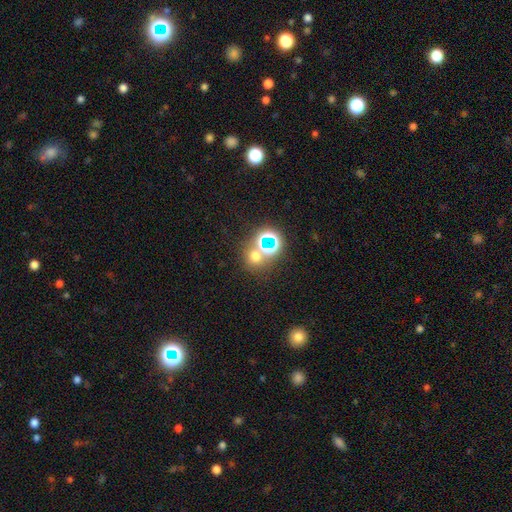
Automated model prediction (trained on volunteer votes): smooth_or_featured: smooth (p=0.54) [alt: star or artifact p=0.37]
how_rounded: round (p=0.82) [alt: in between p=0.17]
merging: none (p=0.62) [alt: merger p=0.26]